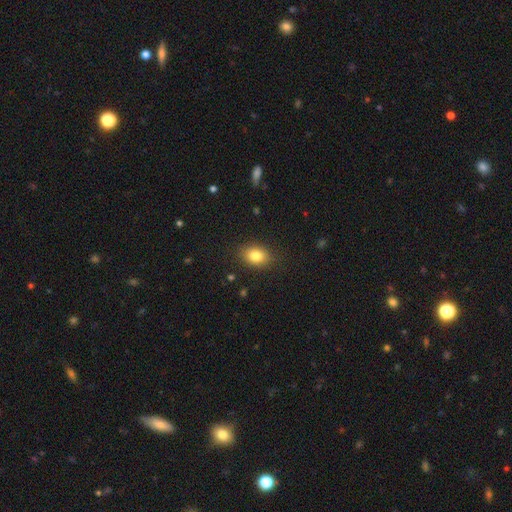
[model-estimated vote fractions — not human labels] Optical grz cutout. It shows a smooth galaxy with no disk features (83%) that is in between round and cigar-shaped (76%). Merging: none (86%).